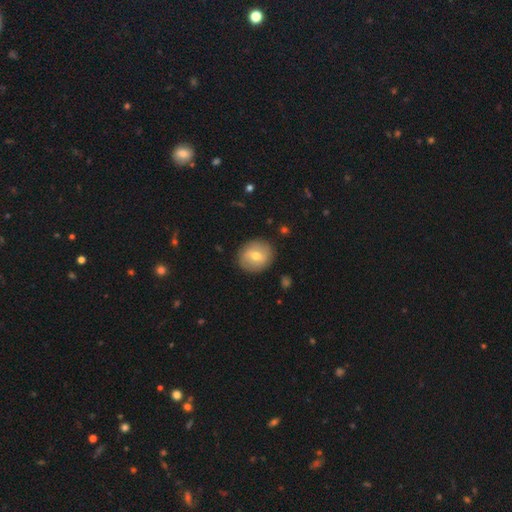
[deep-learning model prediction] A smooth galaxy with no disk features (59%) that is round (78%). Merging: none (87%).